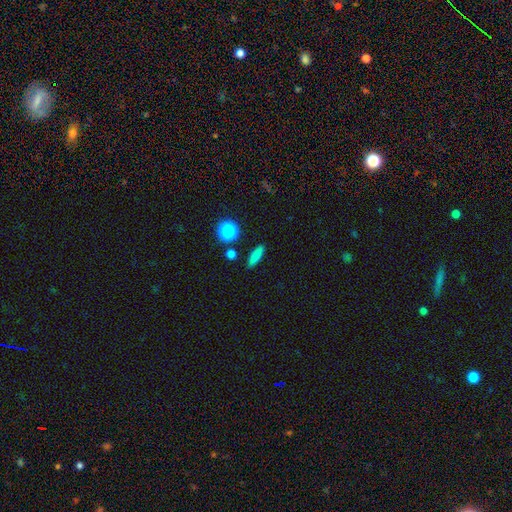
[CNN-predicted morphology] The model was most divided on "how rounded": cigar-shaped: 63%, in between: 28%, round: 9%. More confident: merging — none (87%); smooth or featured — smooth (79%).